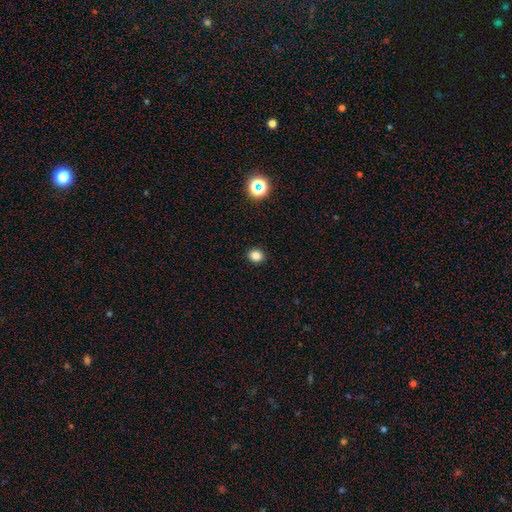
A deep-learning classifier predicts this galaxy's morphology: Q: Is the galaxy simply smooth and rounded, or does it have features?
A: smooth — 82%.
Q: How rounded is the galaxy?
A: round — 64%.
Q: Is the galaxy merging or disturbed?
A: none — 91%.